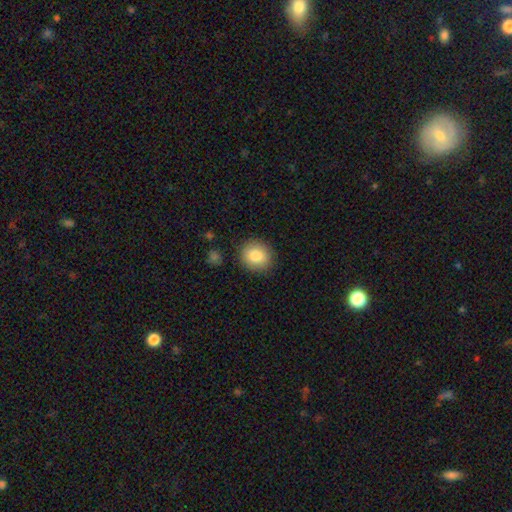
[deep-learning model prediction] This is clearly a smooth galaxy (84%). How rounded: clearly round (81%). Merging: clearly none (88%).